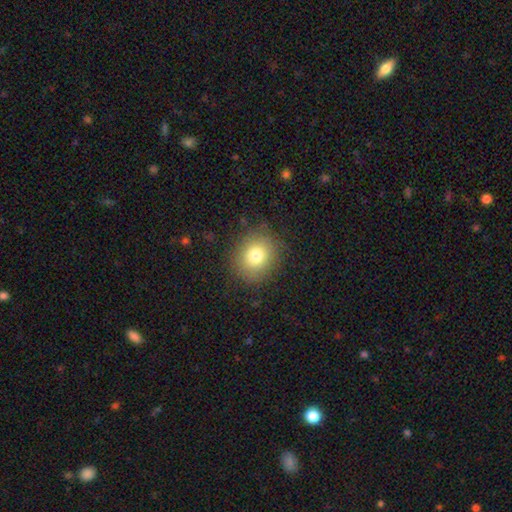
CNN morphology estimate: The model was most divided on "how rounded": round: 75%, in between: 24%, cigar-shaped: 1%. More confident: merging — none (84%); smooth or featured — smooth (78%).